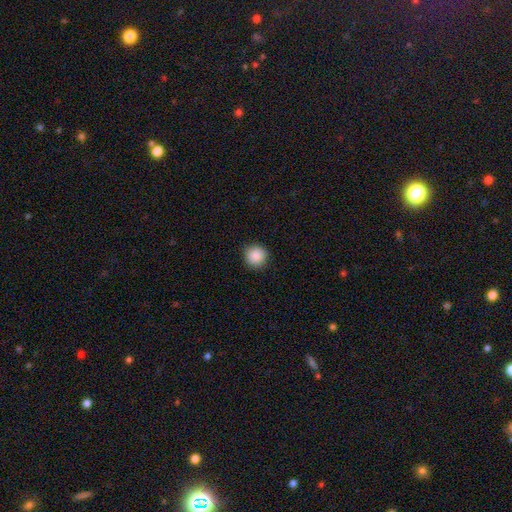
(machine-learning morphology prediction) smooth-or-featured: smooth: 89% | star or artifact: 8% | featured or disk: 3%
  how-rounded: round: 94% | in between: 5% | cigar-shaped: 1%
  merging: none: 91% | minor disturbance: 6% | major disturbance: 2% | merger: 1%